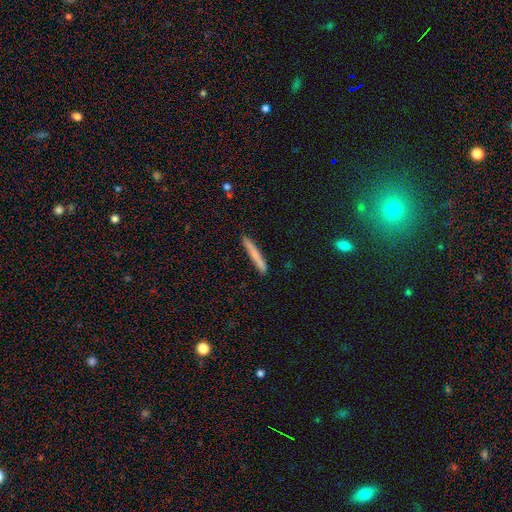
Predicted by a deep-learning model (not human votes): Smooth or featured? smooth (69%)
How rounded? cigar-shaped (96%)
Merging? none (84%)